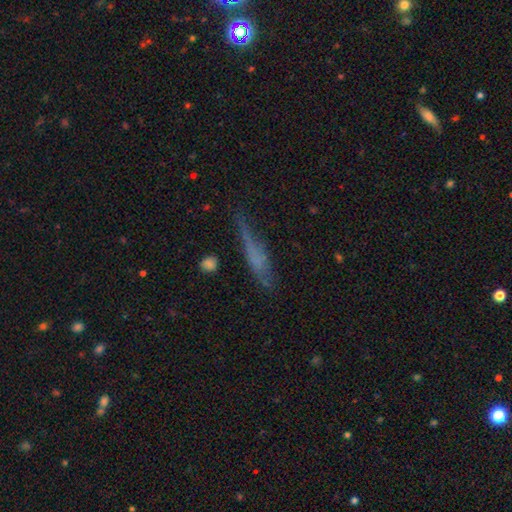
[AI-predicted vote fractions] smooth_or_featured: smooth (p=0.49) [alt: featured or disk p=0.39]
merging: none (p=0.55) [alt: minor disturbance p=0.28]